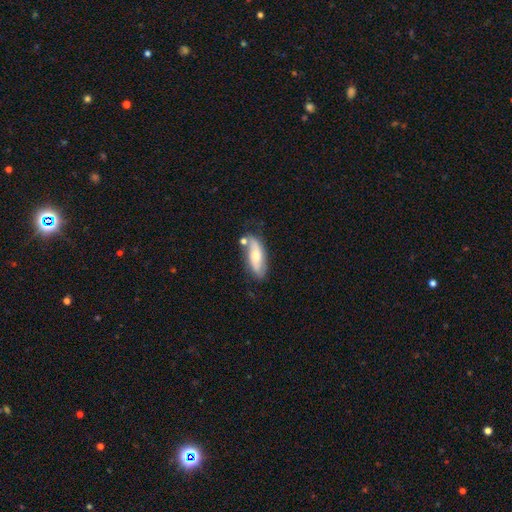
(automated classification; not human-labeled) featured or disk 48%, smooth 46%, star or artifact 6%. Down the decision tree: merging — none (60%).